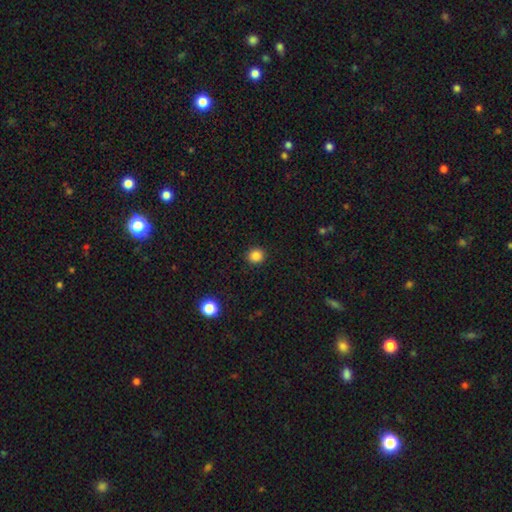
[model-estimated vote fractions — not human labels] Q: Smooth or featured?
A: smooth (84%); runner-up: star or artifact (12%)
Q: How rounded?
A: round (90%); runner-up: in between (9%)
Q: Merging?
A: none (92%); runner-up: minor disturbance (5%)